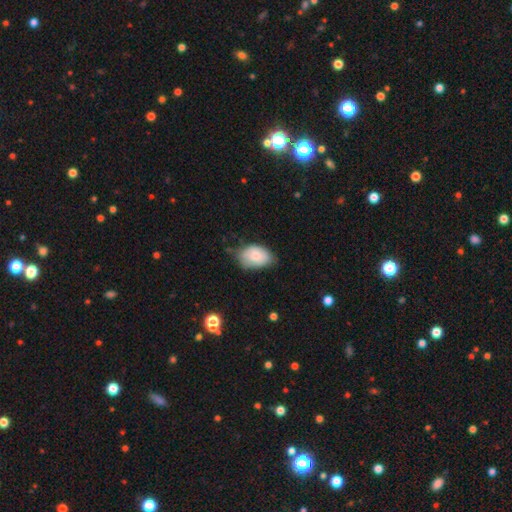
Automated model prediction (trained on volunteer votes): Q: Smooth or featured?
A: smooth (77%); runner-up: featured or disk (16%)
Q: How rounded?
A: in between (87%); runner-up: round (12%)
Q: Merging?
A: none (57%); runner-up: minor disturbance (35%)